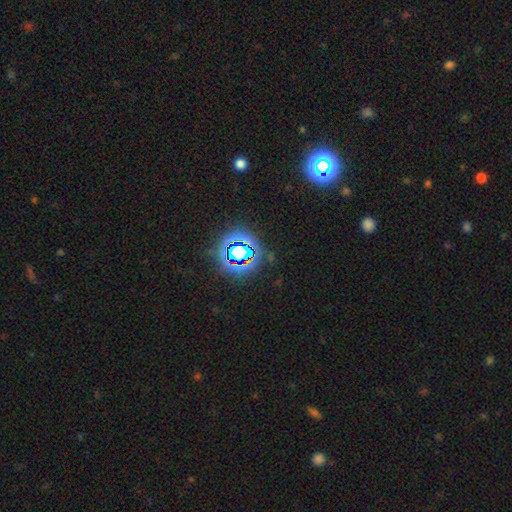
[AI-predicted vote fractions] Q: Smooth or featured?
A: star or artifact (79%); runner-up: smooth (14%)